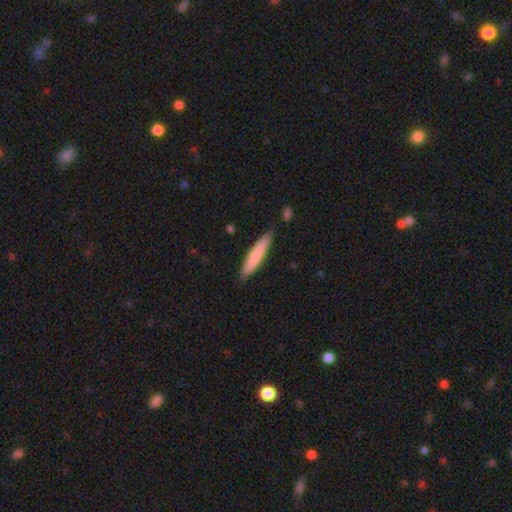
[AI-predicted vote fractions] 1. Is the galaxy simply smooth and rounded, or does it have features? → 79% smooth, 16% featured or disk, 5% star or artifact.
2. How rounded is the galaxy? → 90% cigar-shaped, 9% in between, 1% round.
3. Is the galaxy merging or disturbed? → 86% none, 10% minor disturbance, 2% major disturbance, 2% merger.